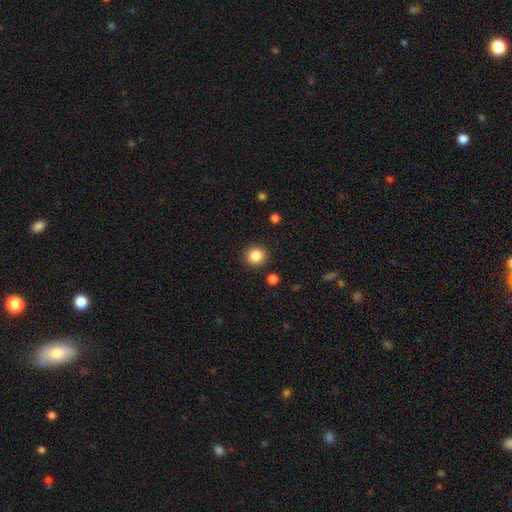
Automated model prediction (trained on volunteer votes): Smooth or featured: smooth — 86% (star or artifact — 10%)
How rounded: round — 89% (in between — 10%)
Merging: none — 90% (minor disturbance — 6%)